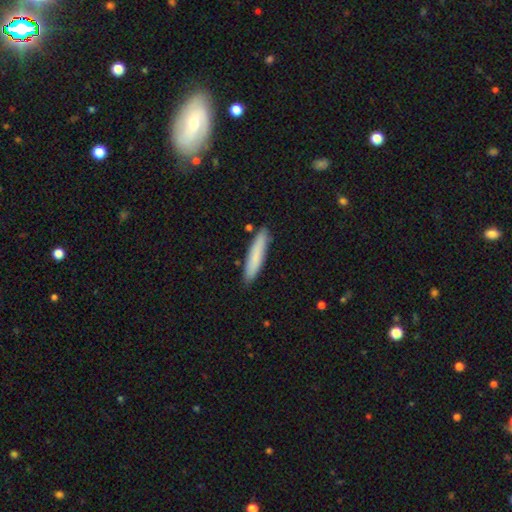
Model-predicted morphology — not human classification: Overall: smooth (80%). How rounded: cigar-shaped (89%). Merging: none (88%).